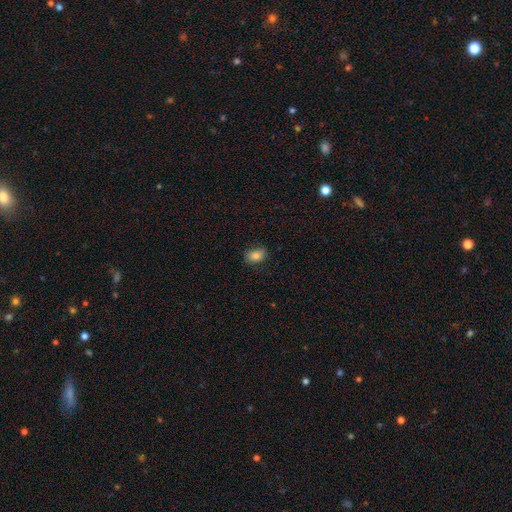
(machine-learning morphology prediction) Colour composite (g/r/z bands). It shows a smooth galaxy with no disk features (81%) that is in between round and cigar-shaped (73%). Merging: none (81%).